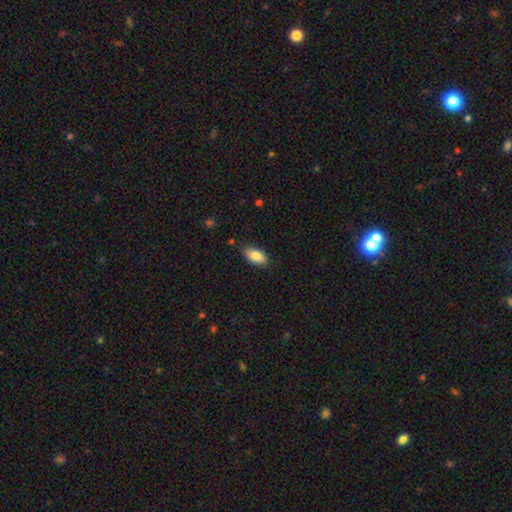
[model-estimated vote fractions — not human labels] Morphology: type=smooth (87%); roundness=in between (91%); merging=none (83%).